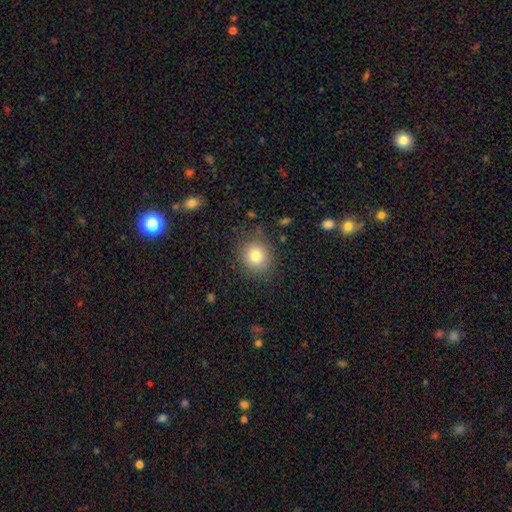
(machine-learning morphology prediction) type=smooth (79%); roundness=round (81%); merging=none (82%).